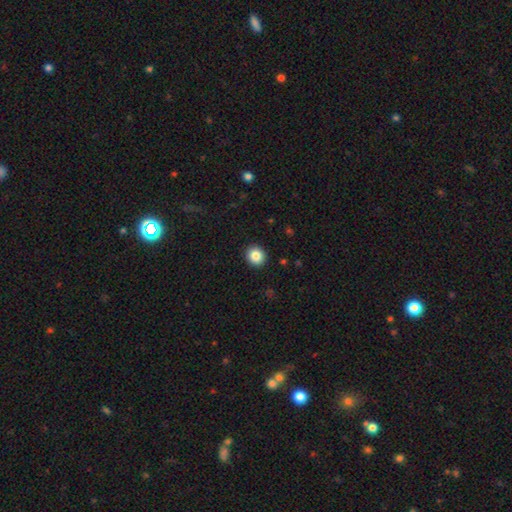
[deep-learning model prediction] A smooth galaxy with no disk features (86%) that is round (87%). Merging: none (92%).